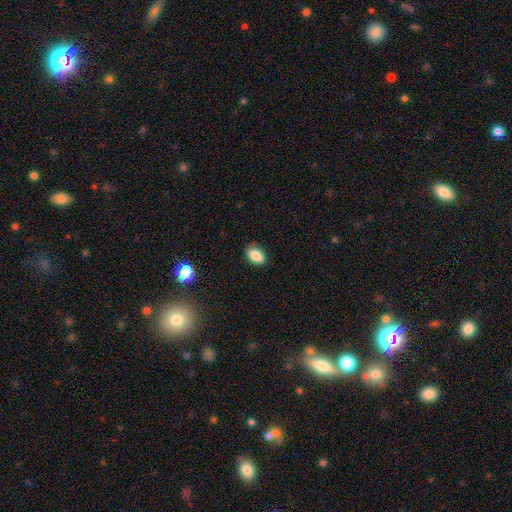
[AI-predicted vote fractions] This is clearly a smooth galaxy (85%). How rounded: clearly in between (87%). Merging: clearly none (83%).